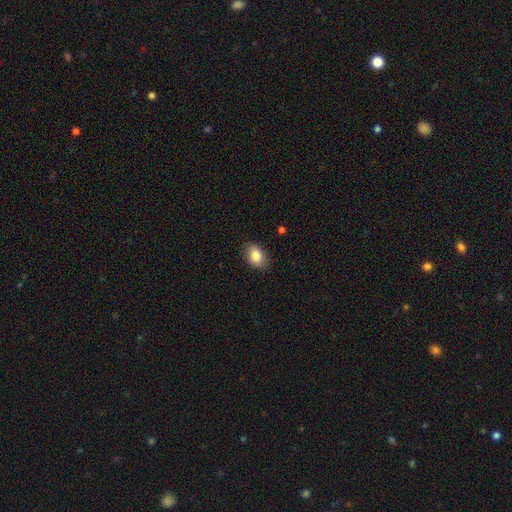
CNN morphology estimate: Smooth or featured? Predicted: smooth (p=0.86). How rounded? Predicted: in between (p=0.80). Merging? Predicted: none (p=0.85).